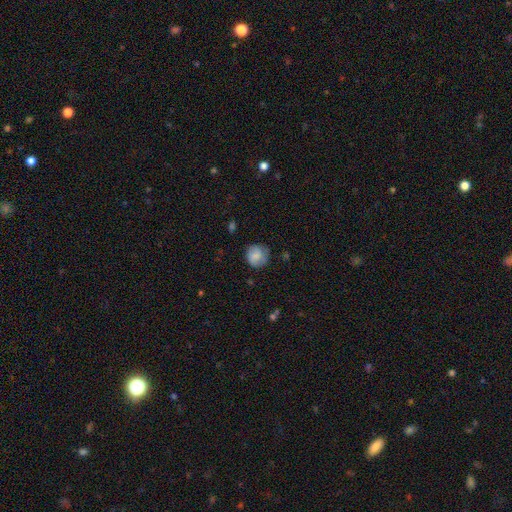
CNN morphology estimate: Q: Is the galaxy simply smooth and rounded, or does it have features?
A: smooth — 78%.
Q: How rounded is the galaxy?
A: round — 87%.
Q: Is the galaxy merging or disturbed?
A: none — 71%.